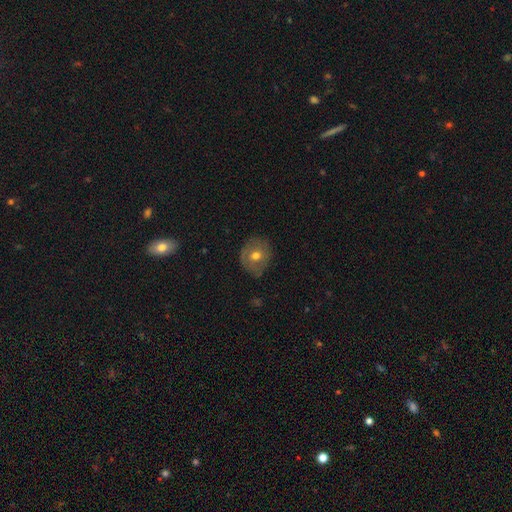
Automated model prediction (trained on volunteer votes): Smooth or featured: smooth — 59% (featured or disk — 33%)
How rounded: round — 79% (in between — 20%)
Merging: none — 75% (minor disturbance — 19%)